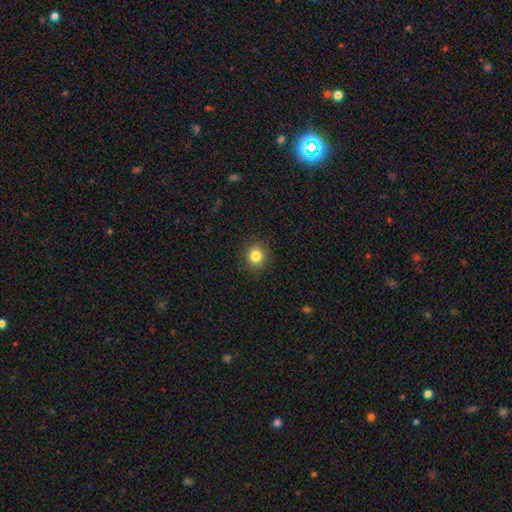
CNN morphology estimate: The model was most divided on "smooth or featured": smooth: 83%, star or artifact: 11%, featured or disk: 5%. More confident: merging — none (91%); how rounded — round (87%).